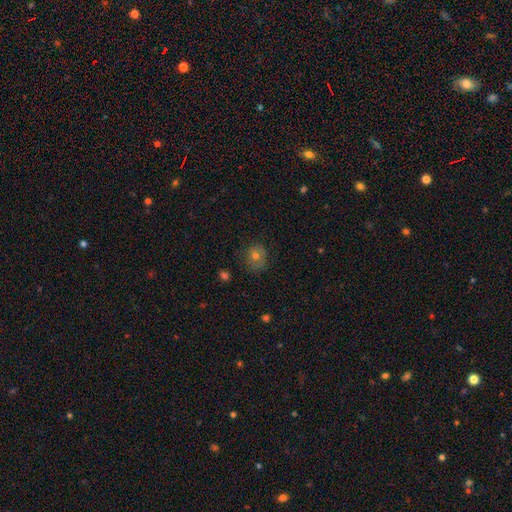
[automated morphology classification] smooth-or-featured: smooth: 57% | featured or disk: 25% | star or artifact: 18%
  how-rounded: round: 76% | in between: 23% | cigar-shaped: 1%
  merging: none: 74% | minor disturbance: 18% | major disturbance: 6% | merger: 1%